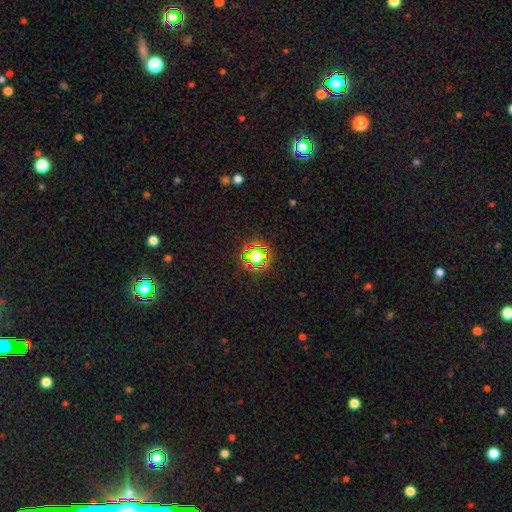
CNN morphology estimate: type=star or artifact (49%).